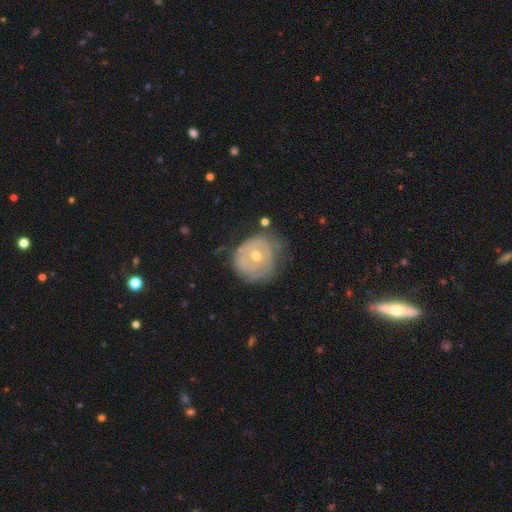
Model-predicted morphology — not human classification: smooth_or_featured: featured or disk (p=0.64) [alt: smooth p=0.28]
disk_edge_on: no (p=0.96) [alt: yes p=0.04]
bar: no (p=0.83) [alt: weak p=0.14]
has_spiral_arms: yes (p=0.59) [alt: no p=0.41]
bulge_size: moderate (p=0.53) [alt: small p=0.44]
merging: none (p=0.58) [alt: minor disturbance p=0.28]